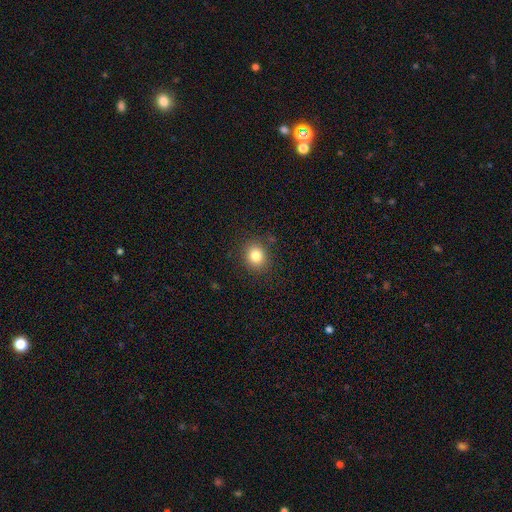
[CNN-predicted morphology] smooth-or-featured: smooth: 83% | star or artifact: 11% | featured or disk: 6%
  how-rounded: round: 75% | in between: 24% | cigar-shaped: 1%
  merging: none: 87% | minor disturbance: 9% | major disturbance: 3% | merger: 1%